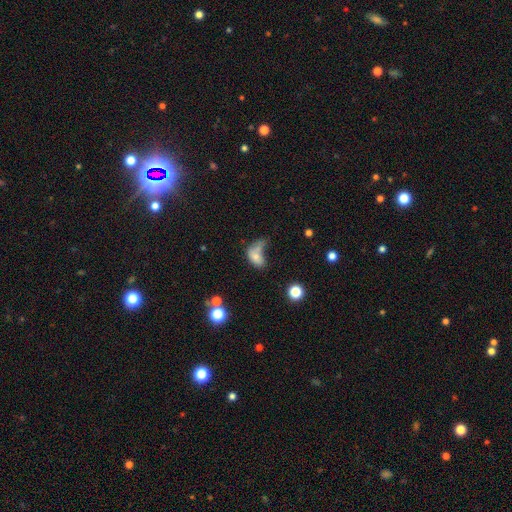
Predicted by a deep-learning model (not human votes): A smooth galaxy with no disk features (66%) that is in between round and cigar-shaped (84%). Merging: major disturbance (33%).